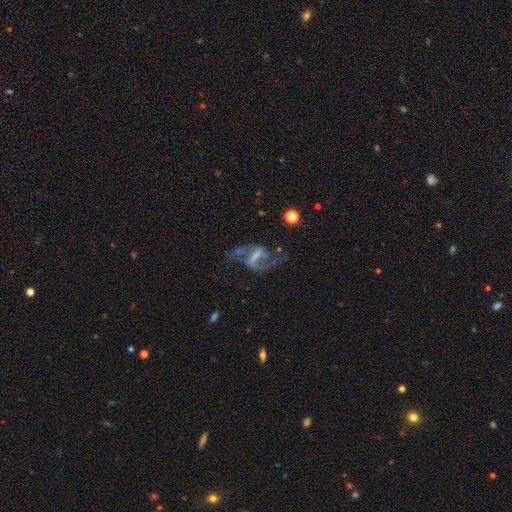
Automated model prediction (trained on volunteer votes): A featured or disk galaxy (81%) with a strong bar (46%), 2 (86%) loose (54%) spiral arms (89%) and no central bulge (38%).

Vote fractions:
- Smooth or featured? featured or disk: 81% / star or artifact: 11% / smooth: 8%
- Edge-on disk? no: 96% / yes: 4%
- Bar? strong: 46% / weak: 40% / no: 15%
- Spiral arms? yes: 89% / no: 11%
- Spiral winding? loose: 54% / medium: 38% / tight: 8%
- Spiral arm count? 2: 86% / 1: 5% / can't tell: 5% / 3: 1% / 4: 1% / more than 4: 1%
- Bulge size? none: 38% / small: 35% / moderate: 21% / large: 4% / dominant: 1%
- Merging? none: 56% / major disturbance: 22% / minor disturbance: 16% / merger: 6%